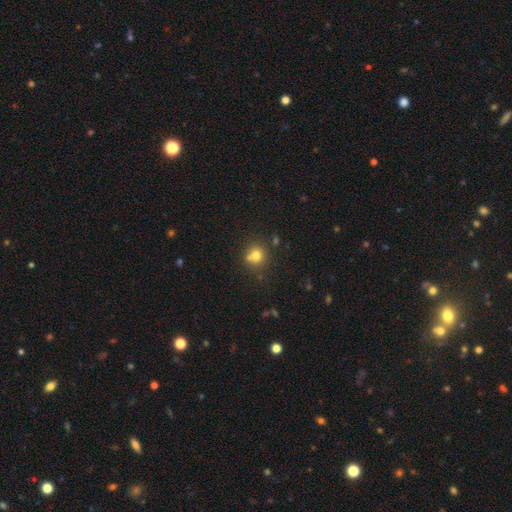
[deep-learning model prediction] smooth 75%, star or artifact 14%, featured or disk 11%. Down the decision tree: how rounded — round (87%); merging — none (62%).